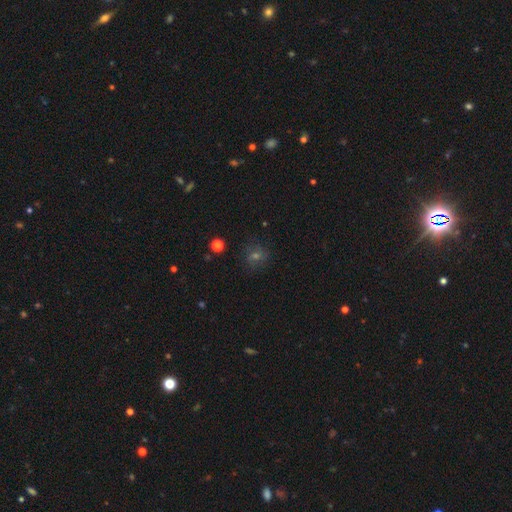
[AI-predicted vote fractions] Smooth or featured? Predicted: smooth (p=0.47). Merging? Predicted: none (p=0.82).